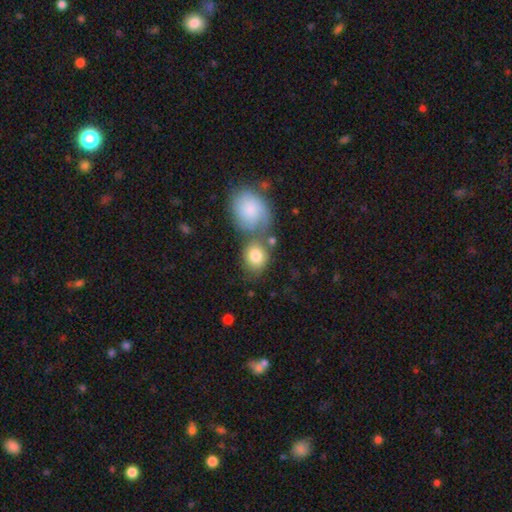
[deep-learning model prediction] Q: Smooth or featured?
A: smooth (78%); runner-up: featured or disk (15%)
Q: How rounded?
A: round (53%); runner-up: in between (46%)
Q: Merging?
A: none (41%); runner-up: merger (38%)